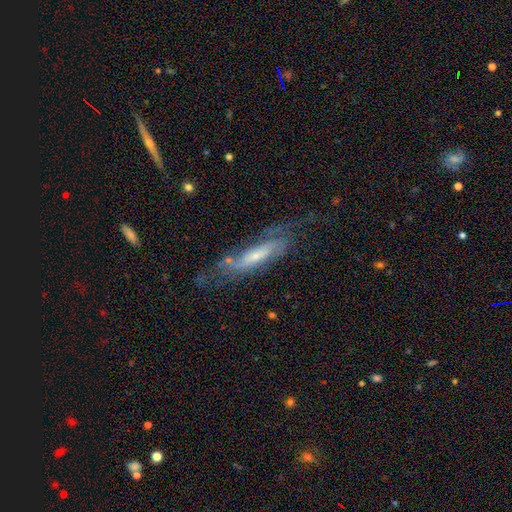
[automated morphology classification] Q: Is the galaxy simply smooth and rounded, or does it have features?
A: featured or disk — 74%.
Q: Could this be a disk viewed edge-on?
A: no — 68%.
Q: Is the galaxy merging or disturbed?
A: none — 58%.